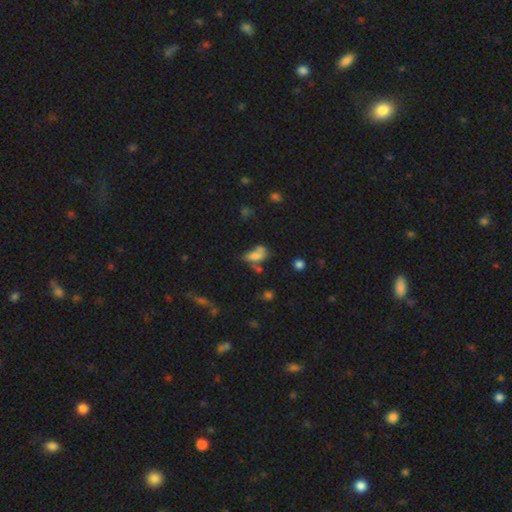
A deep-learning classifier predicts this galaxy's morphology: Overall: smooth (61%; featured or disk 24%). How rounded: in between (81%). Merging: merger (31%; none 30%).